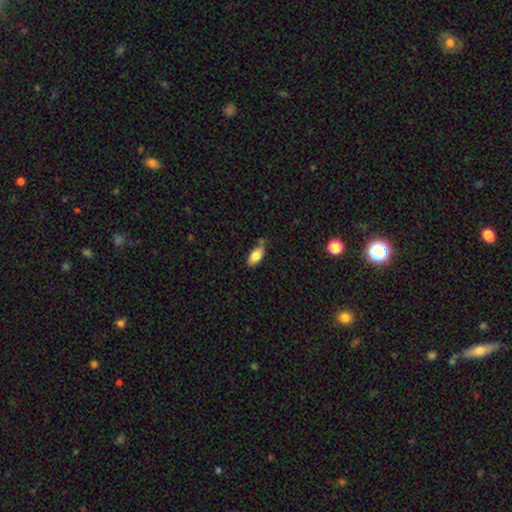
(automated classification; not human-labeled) smooth_or_featured: smooth (p=0.81) [alt: featured or disk p=0.12]
how_rounded: in between (p=0.89) [alt: cigar-shaped p=0.08]
merging: none (p=0.63) [alt: minor disturbance p=0.27]